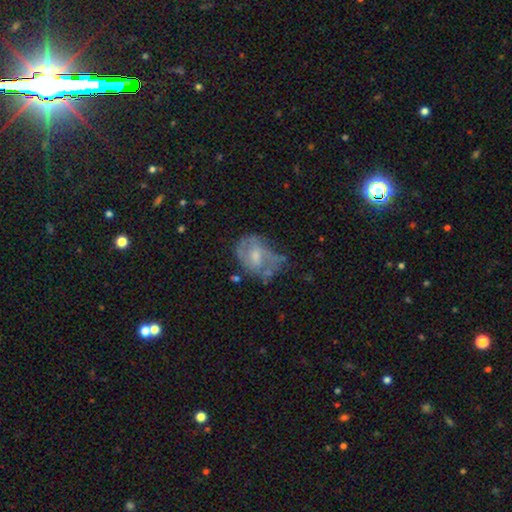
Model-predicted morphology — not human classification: Smooth or featured? Predicted: featured or disk (p=0.54). Edge-on disk? Predicted: no (p=0.96). Bar? Predicted: no (p=0.53). Spiral arms? Predicted: no (p=0.55). Bulge size? Predicted: moderate (p=0.48). Merging? Predicted: none (p=0.36).